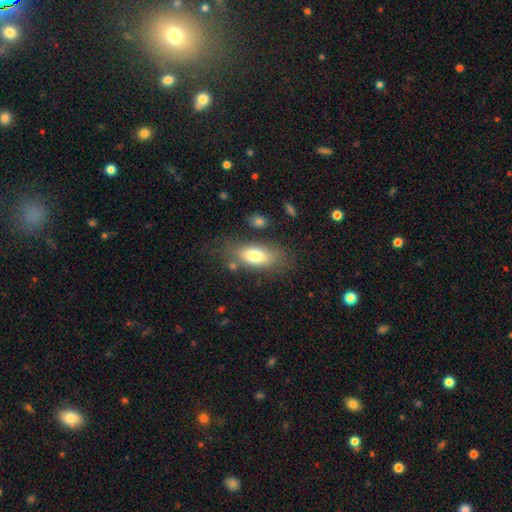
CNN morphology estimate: A smooth galaxy with no disk features (75%) that is in between round and cigar-shaped (85%).

Vote fractions:
- Smooth or featured? smooth: 75% / featured or disk: 17% / star or artifact: 8%
- How rounded? in between: 85% / cigar-shaped: 10% / round: 5%
- Merging? none: 68% / minor disturbance: 18% / major disturbance: 8% / merger: 6%